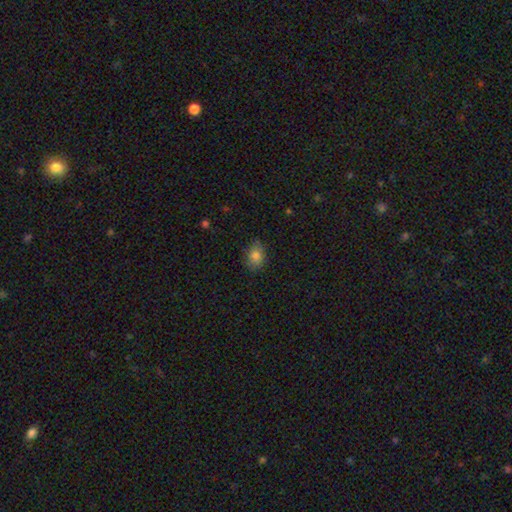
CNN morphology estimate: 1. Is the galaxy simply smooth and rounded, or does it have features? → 83% smooth, 9% star or artifact, 8% featured or disk.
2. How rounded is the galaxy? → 69% in between, 30% round, 1% cigar-shaped.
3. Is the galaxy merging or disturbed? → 79% none, 17% minor disturbance, 3% major disturbance, 1% merger.